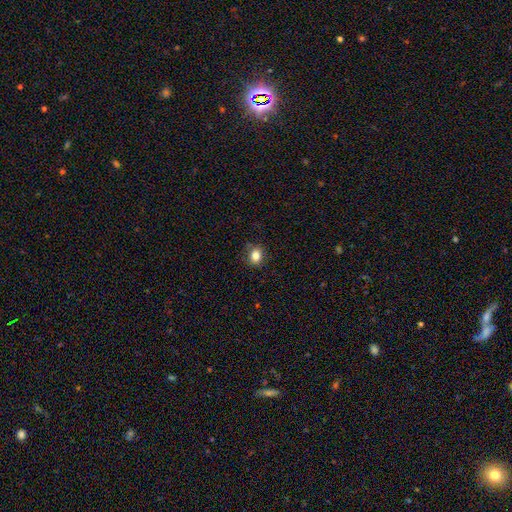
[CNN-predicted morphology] smooth-or-featured: smooth: 83% | star or artifact: 11% | featured or disk: 7%
  how-rounded: round: 59% | in between: 40% | cigar-shaped: 1%
  merging: none: 82% | minor disturbance: 14% | major disturbance: 3% | merger: 1%